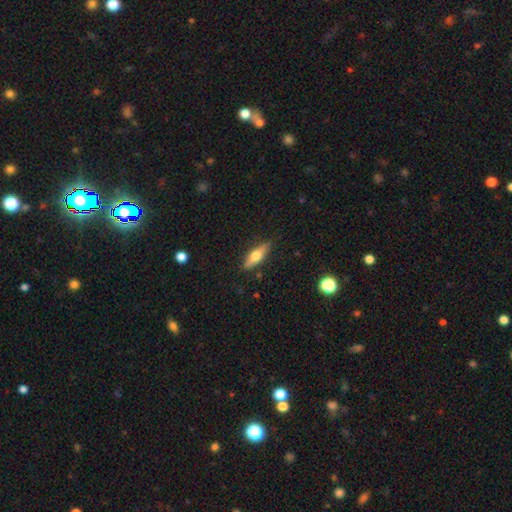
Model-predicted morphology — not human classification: type=smooth (52%); roundness=cigar-shaped (52%); merging=none (86%).